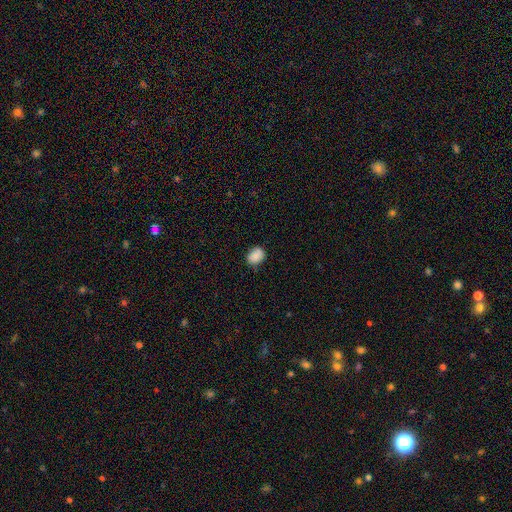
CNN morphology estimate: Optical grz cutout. It shows a smooth galaxy with no disk features (87%) that is in between round and cigar-shaped (64%). Merging: none (73%).